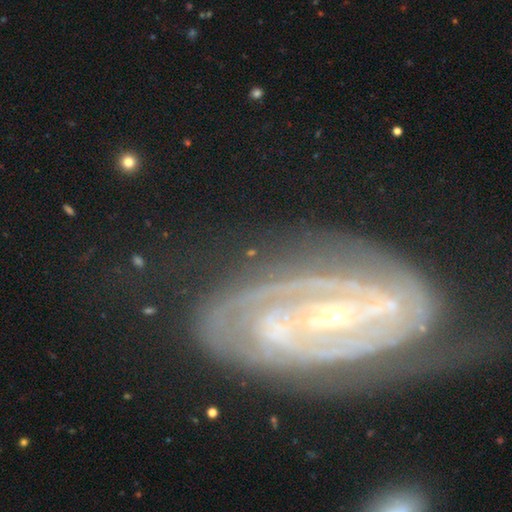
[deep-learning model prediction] Smooth or featured?
  - featured or disk: 89% *
  - star or artifact: 6%
  - smooth: 5%
Edge-on disk?
  - no: 95% *
  - yes: 5%
Bar?
  - strong: 39% *
  - weak: 32%
  - no: 29%
Spiral arms?
  - yes: 96% *
  - no: 4%
Spiral winding?
  - tight: 66% *
  - medium: 28%
  - loose: 6%
Spiral arm count?
  - 2: 54% *
  - can't tell: 15%
  - 3: 15%
  - 4: 6%
  - 1: 5%
  - more than 4: 5%
Bulge size?
  - small: 75% *
  - moderate: 21%
  - large: 1%
  - none: 1%
  - dominant: 1%
Merging?
  - none: 63% *
  - minor disturbance: 19%
  - major disturbance: 11%
  - merger: 6%